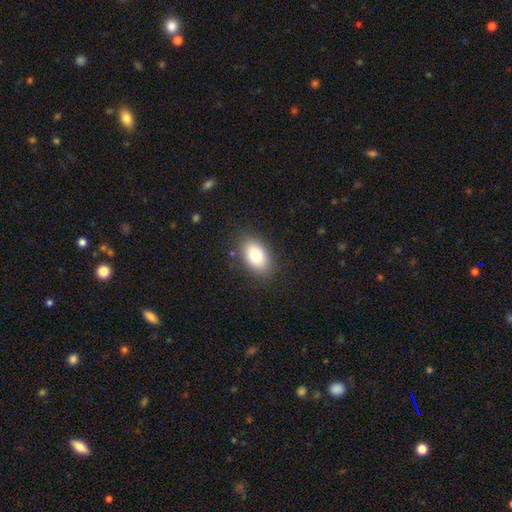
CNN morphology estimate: A smooth galaxy with no disk features (78%) that is in between round and cigar-shaped (88%). Merging: none (85%).